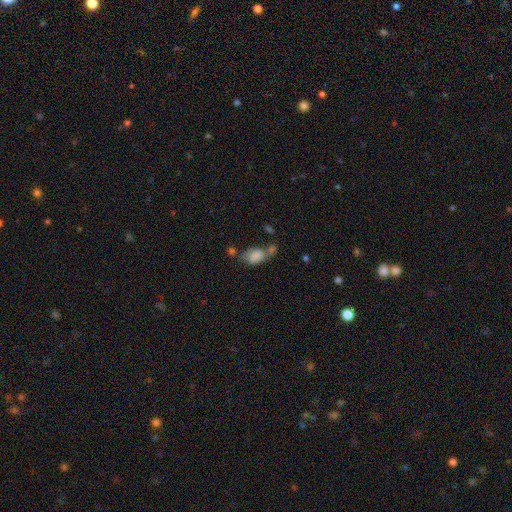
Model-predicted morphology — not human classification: Smooth or featured?
  - smooth: 73% *
  - featured or disk: 16%
  - star or artifact: 11%
How rounded?
  - in between: 84% *
  - round: 14%
  - cigar-shaped: 2%
Merging?
  - merger: 37% *
  - none: 29%
  - minor disturbance: 19%
  - major disturbance: 15%